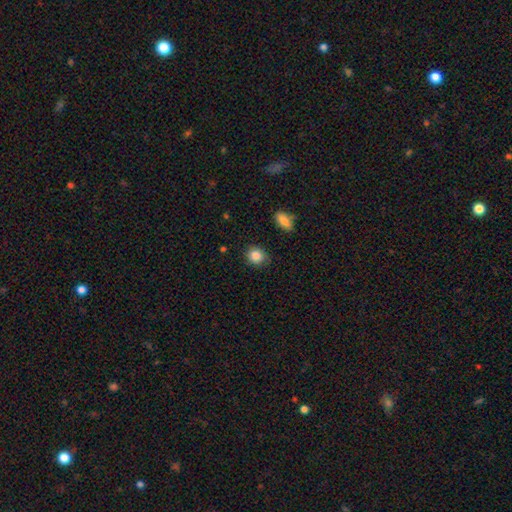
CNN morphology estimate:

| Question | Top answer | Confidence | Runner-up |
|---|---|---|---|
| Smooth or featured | smooth | 86% | star or artifact (9%) |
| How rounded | round | 76% | in between (23%) |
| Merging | none | 82% | minor disturbance (14%) |